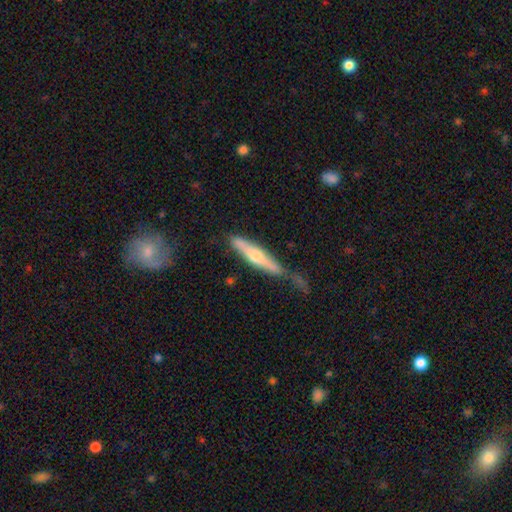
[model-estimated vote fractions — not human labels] A featured or disk galaxy (62%) viewed edge-on (91%) with a rounded central bulge (86%).

Vote fractions:
- Smooth or featured? featured or disk: 62% / smooth: 33% / star or artifact: 5%
- Edge-on disk? yes: 91% / no: 9%
- Edge-on bulge? rounded: 86% / none: 9% / boxy: 5%
- Merging? none: 56% / minor disturbance: 26% / major disturbance: 9% / merger: 8%